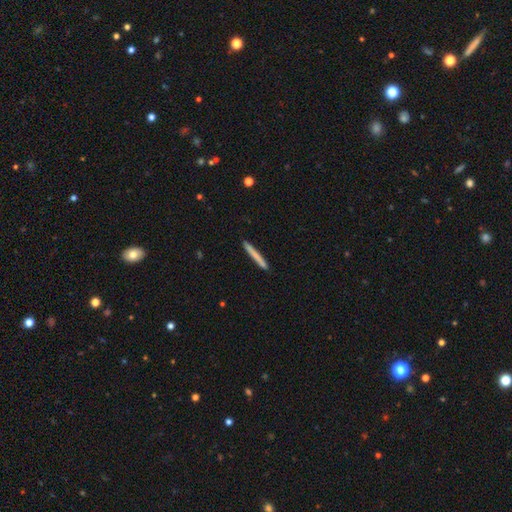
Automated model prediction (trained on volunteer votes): The model was most divided on "smooth or featured": smooth: 74%, featured or disk: 21%, star or artifact: 5%. More confident: how rounded — cigar-shaped (97%); merging — none (91%).